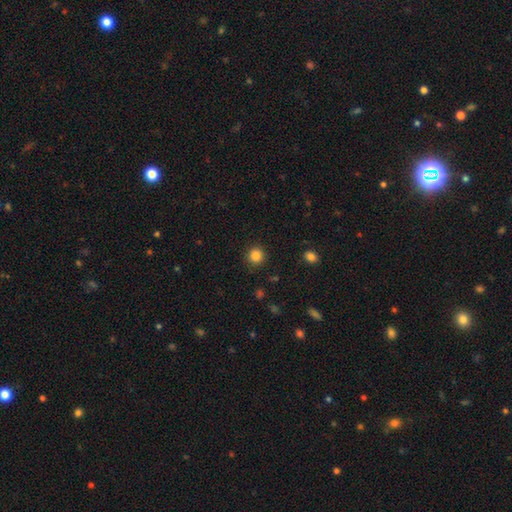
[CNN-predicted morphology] Q: Smooth or featured?
A: smooth (84%); runner-up: star or artifact (12%)
Q: How rounded?
A: round (93%); runner-up: in between (6%)
Q: Merging?
A: none (90%); runner-up: minor disturbance (6%)